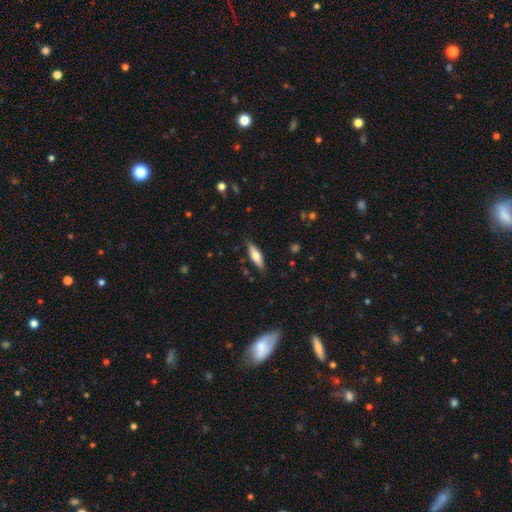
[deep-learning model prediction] This is likely a smooth galaxy (62%). How rounded: possibly cigar-shaped (52%). Merging: clearly none (84%).